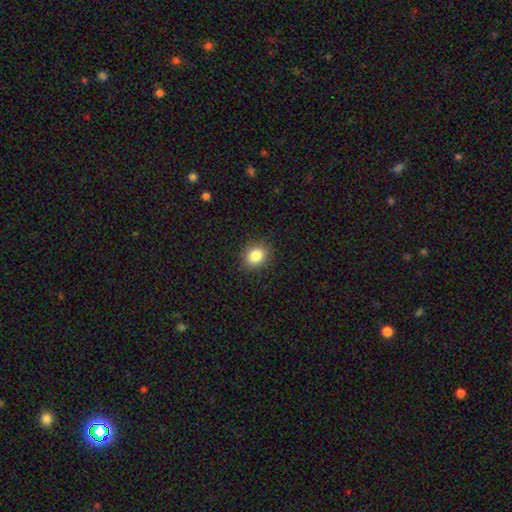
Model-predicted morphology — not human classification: smooth 85%, star or artifact 10%, featured or disk 5%. Down the decision tree: how rounded — round (57%); merging — none (89%).